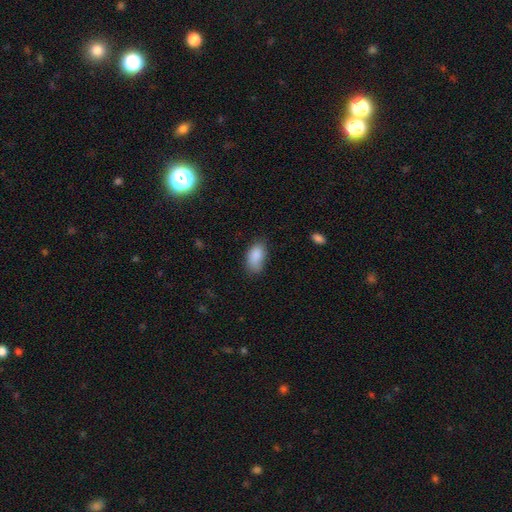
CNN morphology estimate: Smooth or featured?
  - smooth: 87% *
  - star or artifact: 8%
  - featured or disk: 5%
How rounded?
  - in between: 92% *
  - round: 5%
  - cigar-shaped: 3%
Merging?
  - none: 65% *
  - minor disturbance: 27%
  - major disturbance: 6%
  - merger: 2%